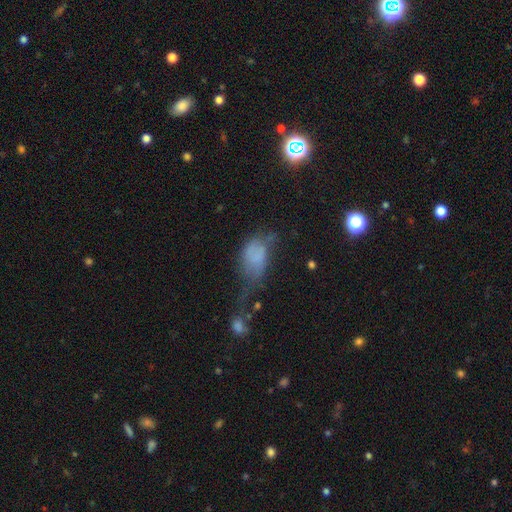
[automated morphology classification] The model was most divided on "merging": major disturbance: 47%, minor disturbance: 22%, none: 17%, merger: 13%. More confident: how rounded — in between (87%); smooth or featured — smooth (60%).